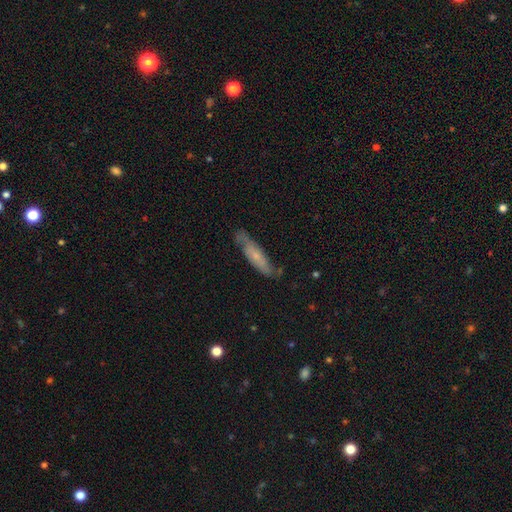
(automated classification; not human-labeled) Smooth or featured: featured or disk — 51% (smooth — 43%)
Edge-on disk: no — 63% (yes — 37%)
Merging: none — 68% (minor disturbance — 23%)